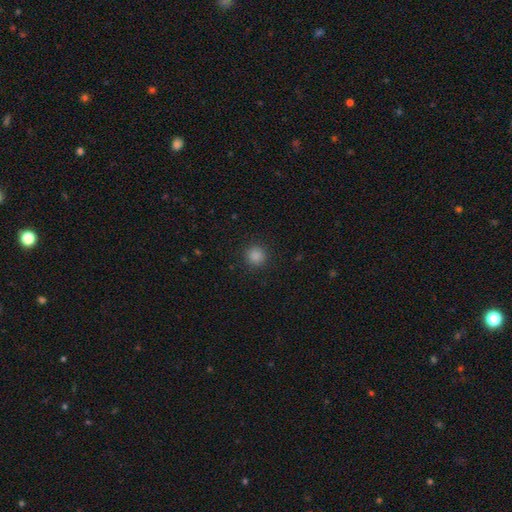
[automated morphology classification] Smooth or featured: smooth — 86% (star or artifact — 12%)
How rounded: round — 94% (in between — 5%)
Merging: none — 91% (minor disturbance — 6%)